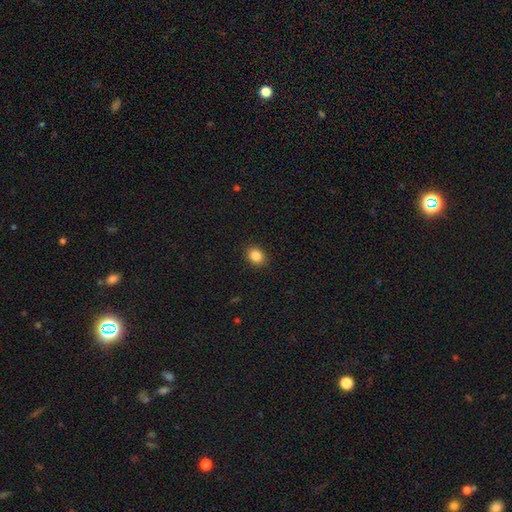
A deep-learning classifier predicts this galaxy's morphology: Smooth or featured?
  - smooth: 85% *
  - star or artifact: 10%
  - featured or disk: 5%
How rounded?
  - round: 51% *
  - in between: 48%
  - cigar-shaped: 1%
Merging?
  - none: 90% *
  - minor disturbance: 7%
  - major disturbance: 2%
  - merger: 1%